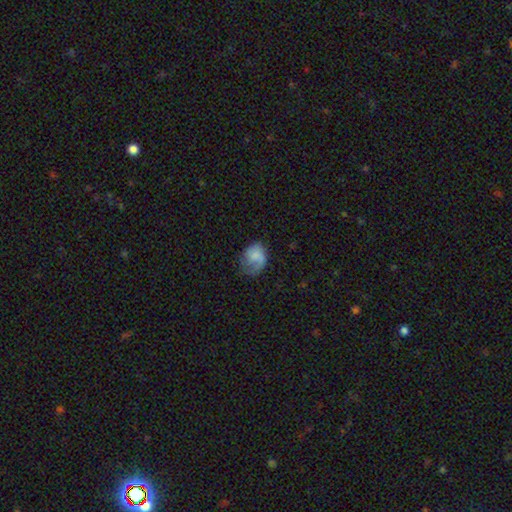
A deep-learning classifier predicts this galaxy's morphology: smooth_or_featured: smooth (p=0.65) [alt: featured or disk p=0.27]
how_rounded: in between (p=0.50) [alt: round p=0.49]
merging: none (p=0.39) [alt: minor disturbance p=0.30]